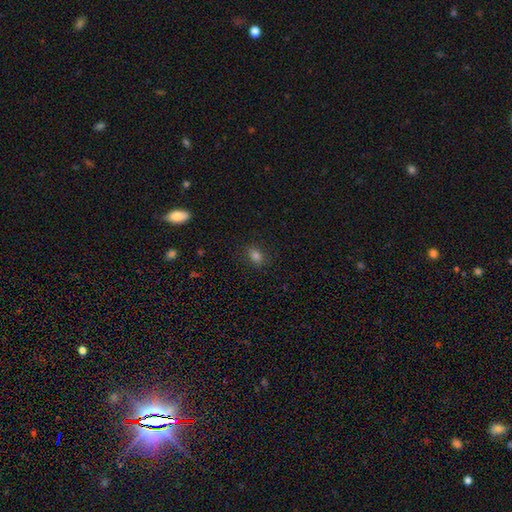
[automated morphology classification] Overall: smooth (80%). How rounded: in between (71%). Merging: none (85%).